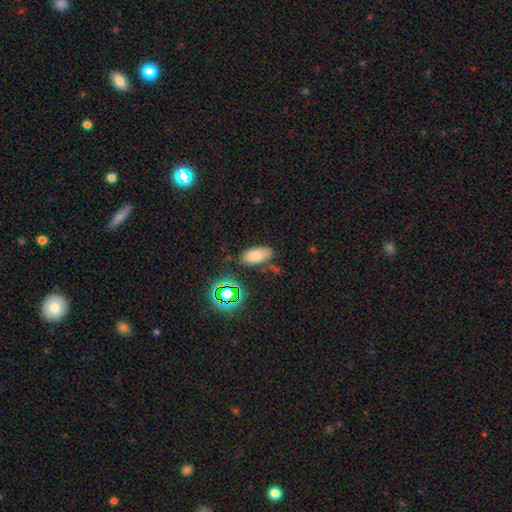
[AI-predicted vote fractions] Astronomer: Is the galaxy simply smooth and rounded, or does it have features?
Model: smooth — 75%.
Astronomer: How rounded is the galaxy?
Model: in between — 90%.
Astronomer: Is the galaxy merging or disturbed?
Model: none — 77%.